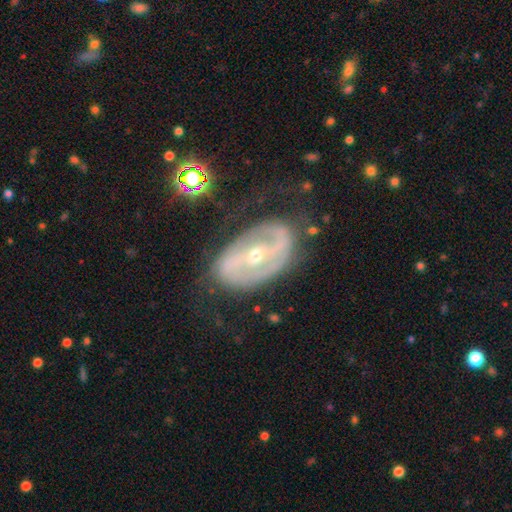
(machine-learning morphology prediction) Overall: featured or disk (82%). Edge-on disk: no (95%). Bar: strong (41%; weak 34%). Spiral arms: yes (75%). Spiral arm count: 2 (72%). Spiral winding: medium (41%; tight 36%). Bulge size: small (62%; moderate 35%). Merging: none (65%).